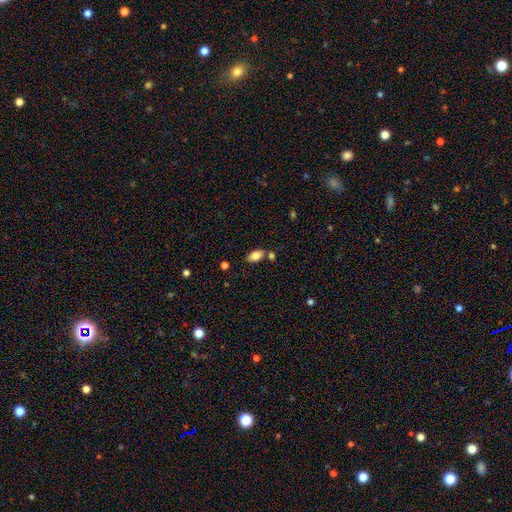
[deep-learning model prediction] smooth-or-featured: smooth: 80% | featured or disk: 12% | star or artifact: 8%
  how-rounded: in between: 91% | round: 5% | cigar-shaped: 4%
  merging: none: 73% | minor disturbance: 13% | merger: 11% | major disturbance: 3%